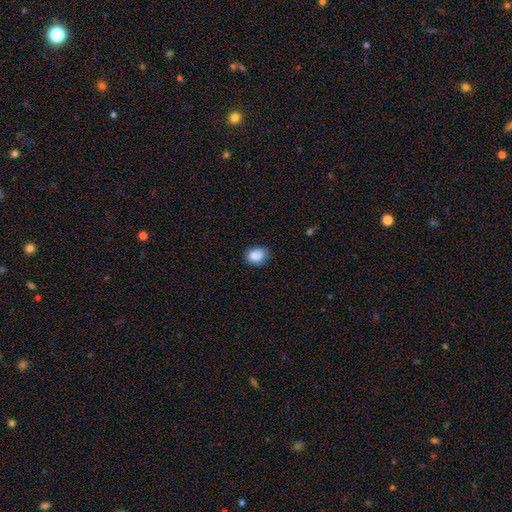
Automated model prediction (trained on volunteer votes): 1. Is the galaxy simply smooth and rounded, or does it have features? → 87% smooth, 8% star or artifact, 5% featured or disk.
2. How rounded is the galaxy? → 56% in between, 43% round, 1% cigar-shaped.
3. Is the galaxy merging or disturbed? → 72% none, 22% minor disturbance, 4% major disturbance, 2% merger.